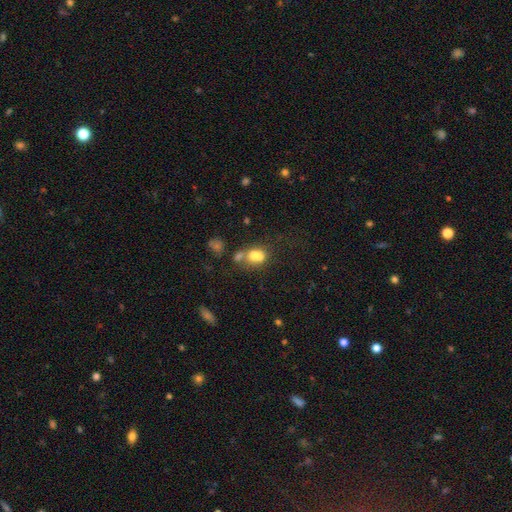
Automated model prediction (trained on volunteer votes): Smooth or featured? Predicted: smooth (p=0.66). How rounded? Predicted: in between (p=0.54). Merging? Predicted: merger (p=0.56).